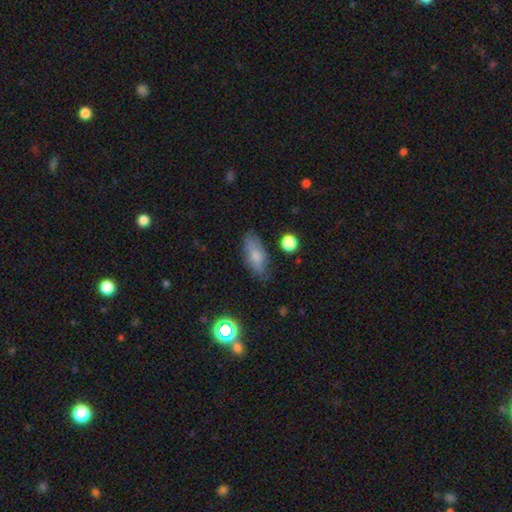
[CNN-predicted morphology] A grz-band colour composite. It shows a smooth galaxy with no disk features (75%) that is in between round and cigar-shaped (77%). Merging: none (75%).